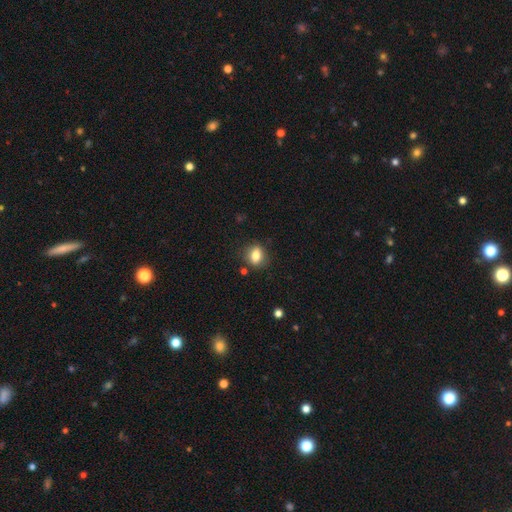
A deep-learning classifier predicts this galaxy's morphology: Q: Smooth or featured?
A: smooth (78%); runner-up: featured or disk (13%)
Q: How rounded?
A: in between (56%); runner-up: round (41%)
Q: Merging?
A: none (82%); runner-up: minor disturbance (12%)